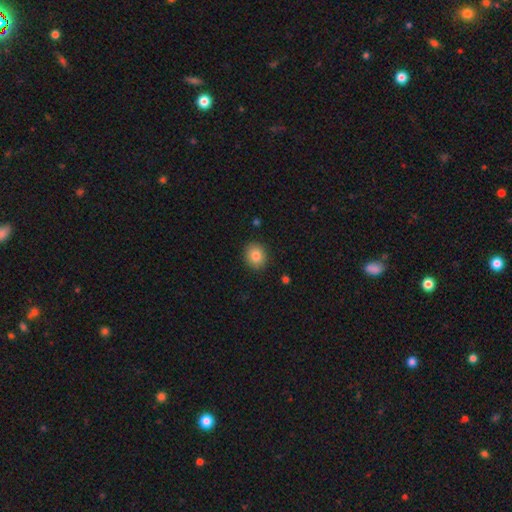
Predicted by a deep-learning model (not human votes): Morphology: type=smooth (84%); roundness=round (69%); merging=none (90%).